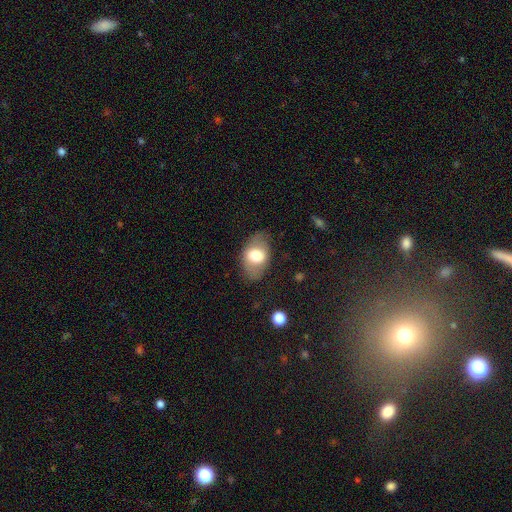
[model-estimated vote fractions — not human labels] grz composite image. It shows a smooth galaxy with no disk features (67%) that is in between round and cigar-shaped (85%). Merging: none (74%).